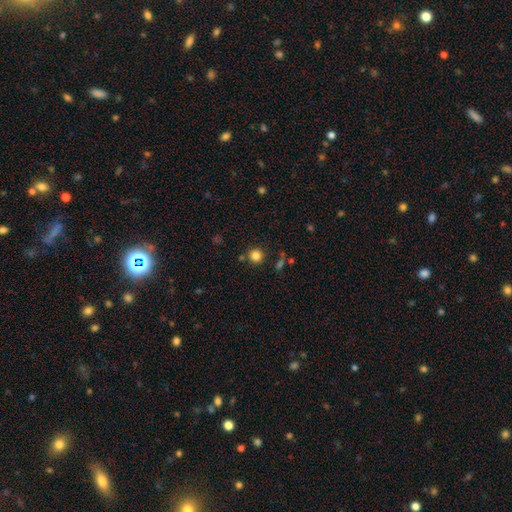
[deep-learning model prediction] Smooth or featured?
  - smooth: 83% *
  - star or artifact: 12%
  - featured or disk: 5%
How rounded?
  - round: 94% *
  - in between: 5%
  - cigar-shaped: 1%
Merging?
  - none: 84% *
  - minor disturbance: 8%
  - merger: 5%
  - major disturbance: 3%